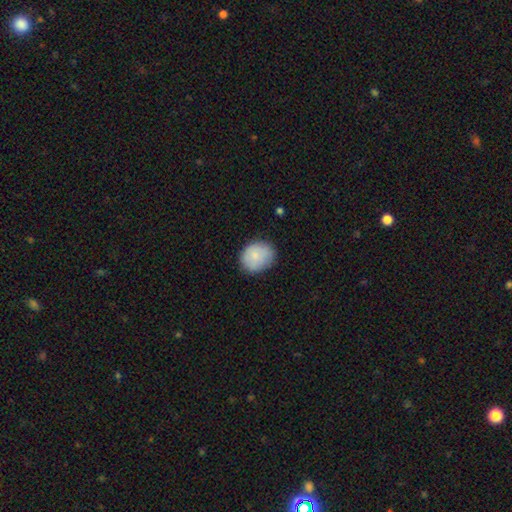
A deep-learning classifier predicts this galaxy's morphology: smooth-or-featured: smooth: 82% | featured or disk: 11% | star or artifact: 7%
  how-rounded: round: 58% | in between: 41% | cigar-shaped: 1%
  merging: none: 78% | minor disturbance: 17% | major disturbance: 4% | merger: 1%